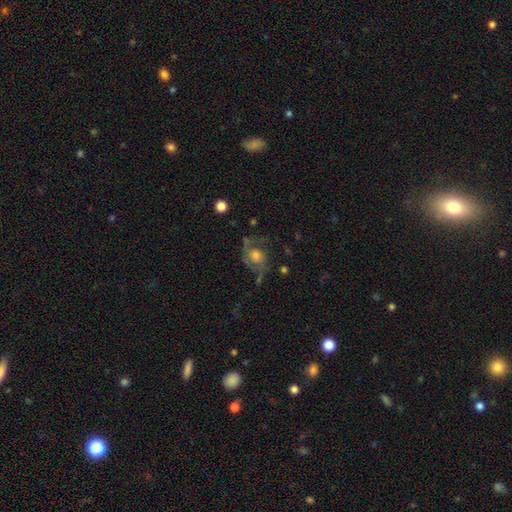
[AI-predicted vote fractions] A featured or disk galaxy (68%) with no bar (77%), 2 (70%) medium (46%) spiral arms (82%) and a moderate central bulge (52%). Merging: none (53%).